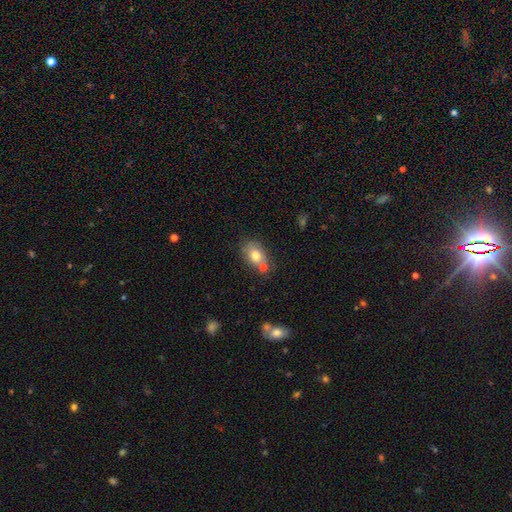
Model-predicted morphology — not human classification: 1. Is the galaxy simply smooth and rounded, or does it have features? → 74% smooth, 16% featured or disk, 9% star or artifact.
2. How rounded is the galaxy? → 65% in between, 33% round, 1% cigar-shaped.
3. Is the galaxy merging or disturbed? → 48% none, 30% merger, 17% minor disturbance, 5% major disturbance.